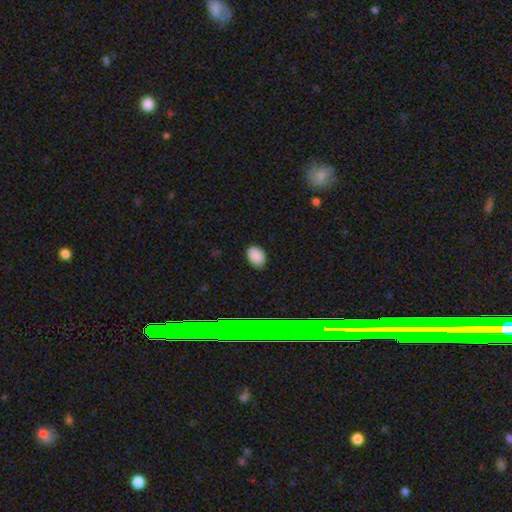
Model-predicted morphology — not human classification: This appears to be a smooth galaxy with no disk features (85%) that is in between round and cigar-shaped (80%). Merging: none (85%).